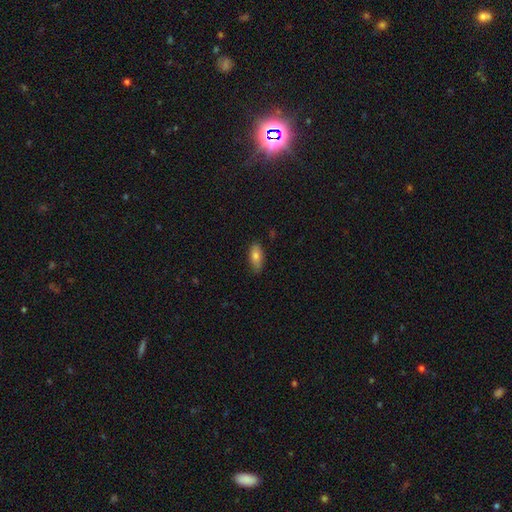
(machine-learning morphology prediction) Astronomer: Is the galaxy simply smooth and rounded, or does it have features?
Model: smooth — 80%.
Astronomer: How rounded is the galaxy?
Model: in between — 83%.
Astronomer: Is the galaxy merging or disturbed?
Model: none — 82%.